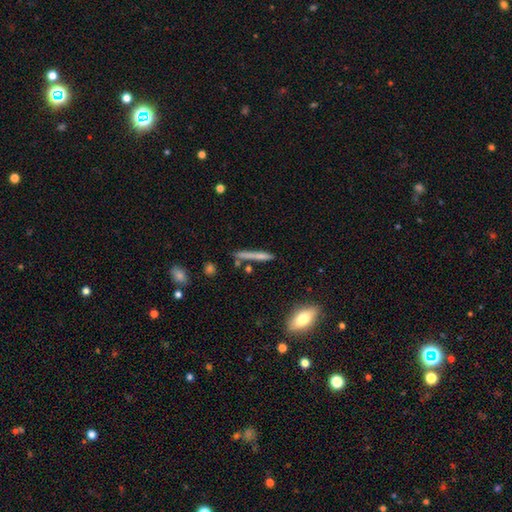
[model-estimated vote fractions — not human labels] This is possibly a smooth galaxy (57%). How rounded: clearly cigar-shaped (93%). Merging: clearly none (81%).